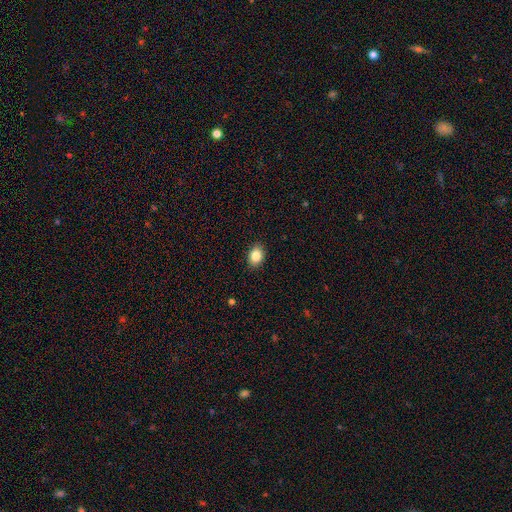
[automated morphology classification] This is clearly a smooth galaxy (86%). How rounded: likely in between (72%). Merging: clearly none (89%).